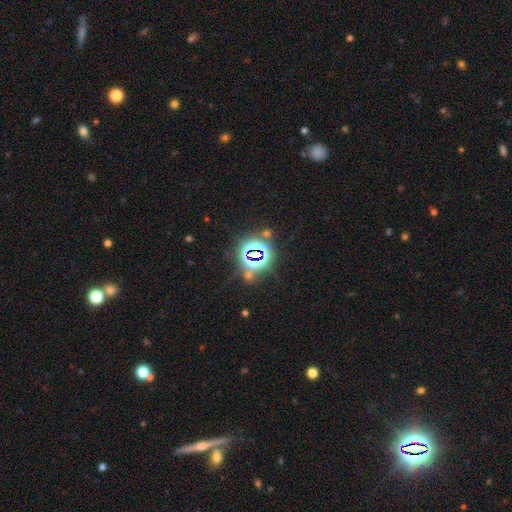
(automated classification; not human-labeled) smooth_or_featured: star or artifact (p=0.81) [alt: smooth p=0.12]